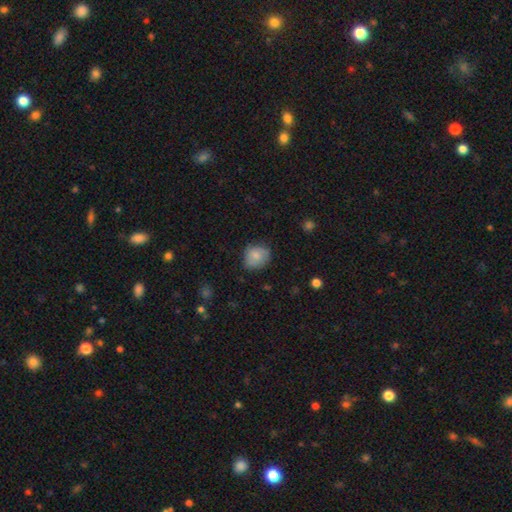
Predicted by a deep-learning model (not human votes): Morphology: type=smooth (78%); roundness=round (63%); merging=none (70%).